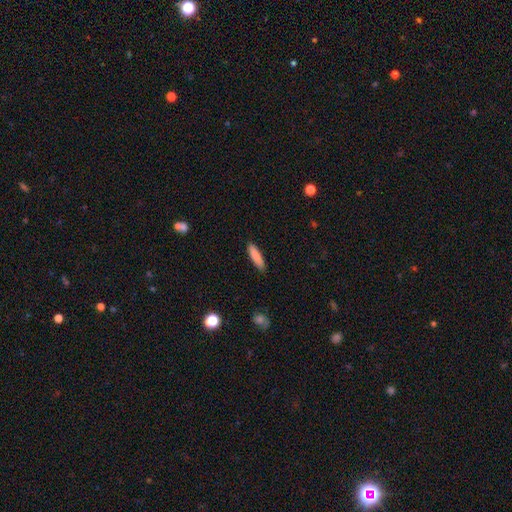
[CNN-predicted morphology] The model was most divided on "how rounded": cigar-shaped: 77%, in between: 21%, round: 1%. More confident: merging — none (88%); smooth or featured — smooth (86%).